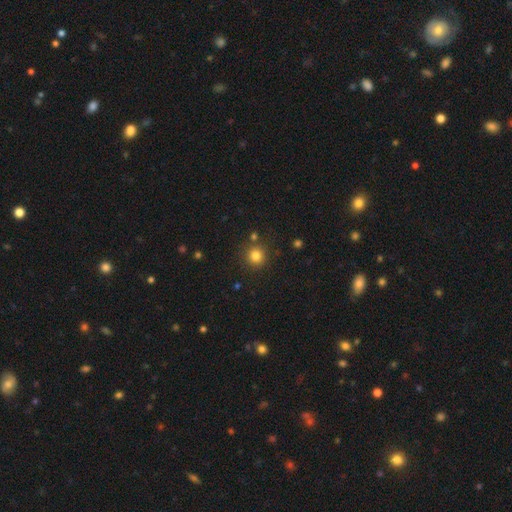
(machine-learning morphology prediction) This is clearly a smooth galaxy (81%). How rounded: clearly round (92%). Merging: clearly none (84%).